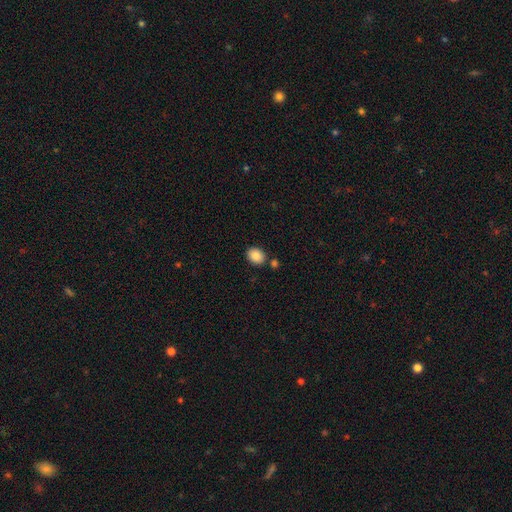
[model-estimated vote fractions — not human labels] This is clearly a smooth galaxy (86%). How rounded: possibly in between (51%). Merging: clearly none (81%).